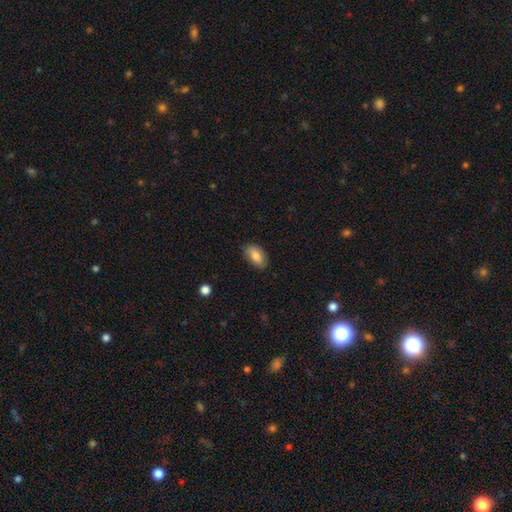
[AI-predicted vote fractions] The model was most divided on "merging": none: 79%, minor disturbance: 18%, major disturbance: 3%, merger: 1%. More confident: how rounded — in between (92%); smooth or featured — smooth (82%).